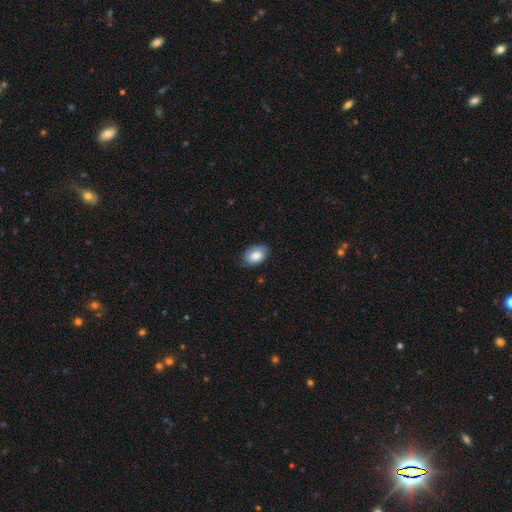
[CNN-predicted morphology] The model was most divided on "merging": none: 78%, minor disturbance: 18%, major disturbance: 3%, merger: 1%. More confident: how rounded — in between (87%); smooth or featured — smooth (80%).